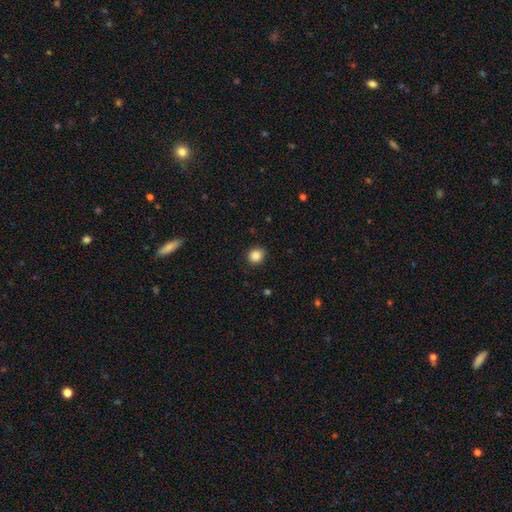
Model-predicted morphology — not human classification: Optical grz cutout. It shows a smooth galaxy with no disk features (87%) that is round (84%). Merging: none (84%).